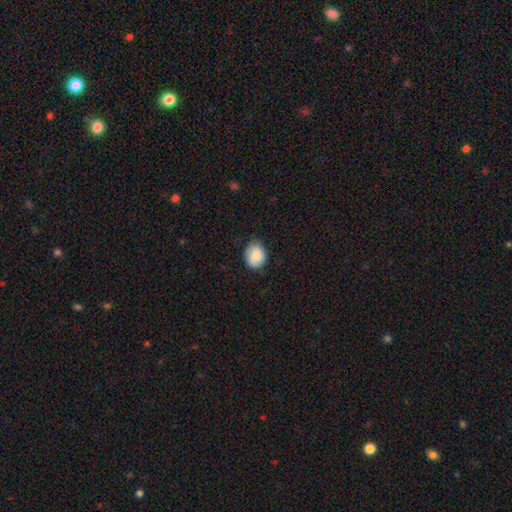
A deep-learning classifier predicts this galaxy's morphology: This appears to be a smooth galaxy with no disk features (89%) that is in between round and cigar-shaped (50%). Merging: none (73%).